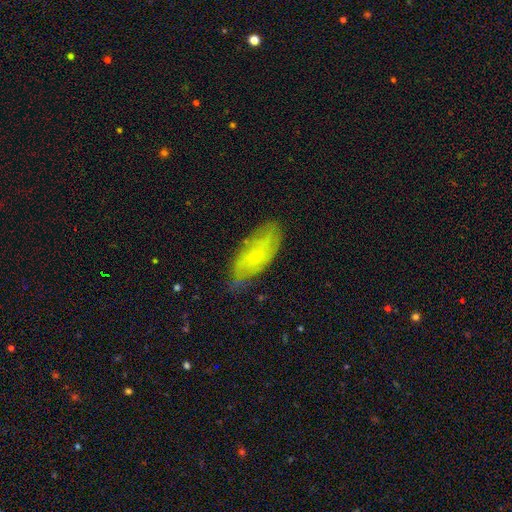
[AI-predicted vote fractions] Smooth or featured? featured or disk (57%)
Edge-on disk? no (88%)
Bar? no (73%)
Spiral arms? yes (76%)
Bulge size? small (79%)
Merging? none (68%)